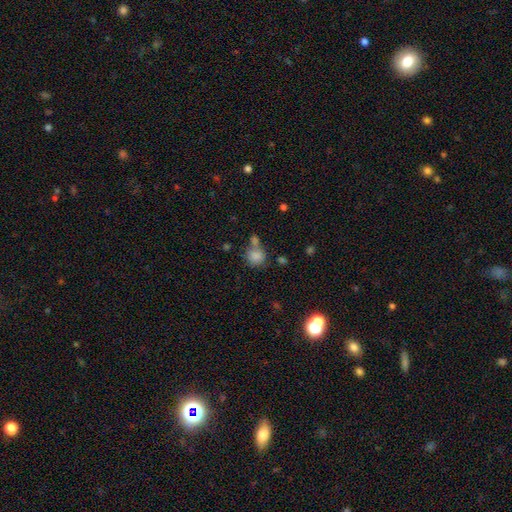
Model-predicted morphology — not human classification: A smooth galaxy with no disk features (83%) that is round (75%).

Vote fractions:
- Smooth or featured? smooth: 83% / star or artifact: 10% / featured or disk: 7%
- How rounded? round: 75% / in between: 24% / cigar-shaped: 1%
- Merging? none: 47% / merger: 32% / minor disturbance: 14% / major disturbance: 6%